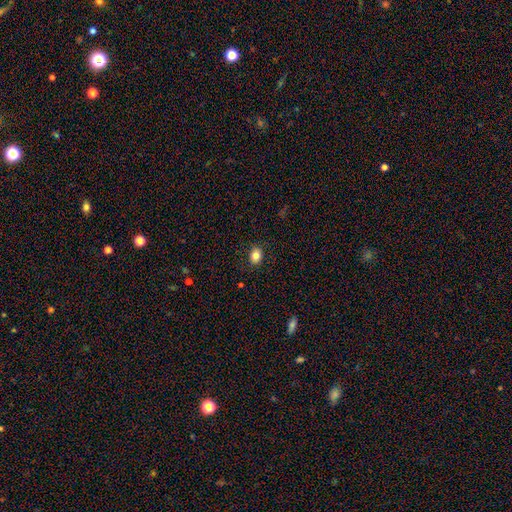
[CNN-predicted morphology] Smooth or featured? smooth (84%)
How rounded? in between (58%)
Merging? none (87%)